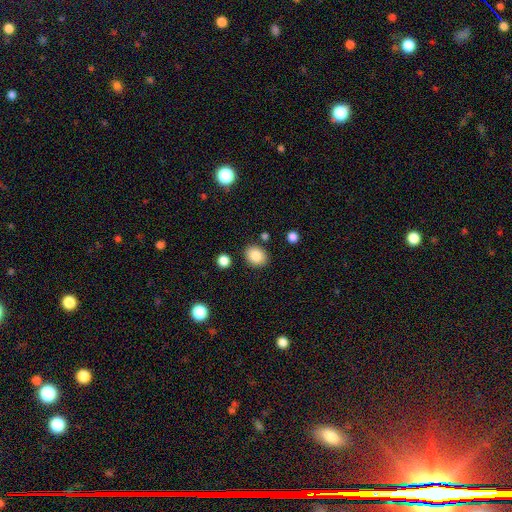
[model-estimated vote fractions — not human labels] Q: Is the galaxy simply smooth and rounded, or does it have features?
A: smooth — 85%.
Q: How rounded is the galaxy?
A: round — 54%.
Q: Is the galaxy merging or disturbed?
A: none — 85%.